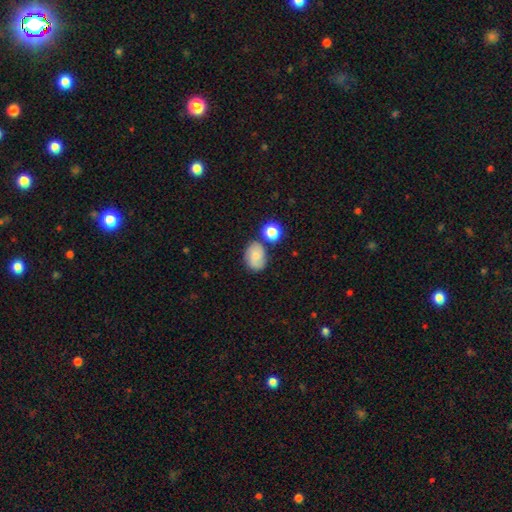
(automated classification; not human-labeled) Q: Smooth or featured?
A: smooth (56%); runner-up: featured or disk (33%)
Q: How rounded?
A: in between (64%); runner-up: round (34%)
Q: Merging?
A: none (66%); runner-up: minor disturbance (18%)